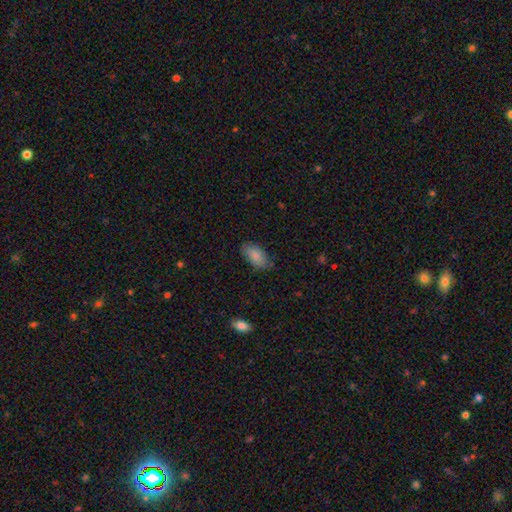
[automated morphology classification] smooth_or_featured: smooth (p=0.87) [alt: featured or disk p=0.07]
how_rounded: in between (p=0.92) [alt: cigar-shaped p=0.05]
merging: none (p=0.78) [alt: minor disturbance p=0.18]